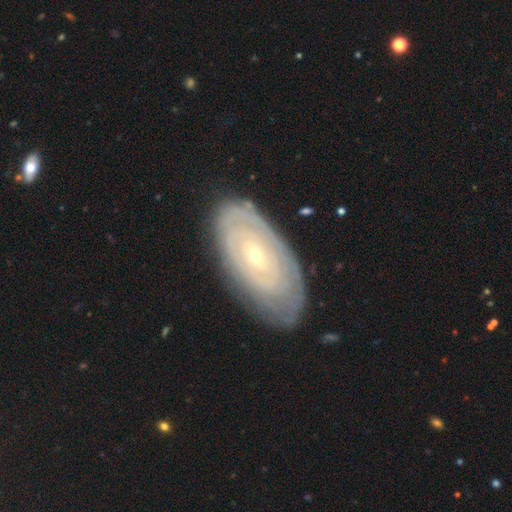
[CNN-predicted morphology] Q: Smooth or featured?
A: featured or disk (76%); runner-up: smooth (18%)
Q: Edge-on disk?
A: no (93%); runner-up: yes (7%)
Q: Bar?
A: no (74%); runner-up: weak (20%)
Q: Spiral arms?
A: yes (76%); runner-up: no (24%)
Q: Spiral winding?
A: tight (85%); runner-up: medium (11%)
Q: Spiral arm count?
A: can't tell (63%); runner-up: 2 (14%)
Q: Bulge size?
A: small (77%); runner-up: moderate (20%)
Q: Merging?
A: none (77%); runner-up: minor disturbance (17%)